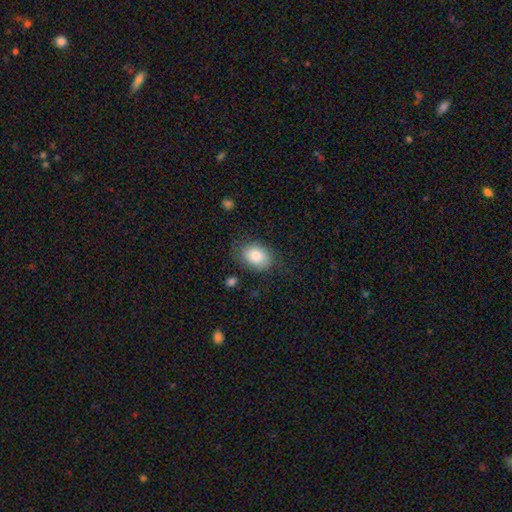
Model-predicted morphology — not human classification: A smooth galaxy with no disk features (82%) that is in between round and cigar-shaped (77%).

Vote fractions:
- Smooth or featured? smooth: 82% / featured or disk: 11% / star or artifact: 7%
- How rounded? in between: 77% / round: 22% / cigar-shaped: 1%
- Merging? none: 69% / minor disturbance: 21% / major disturbance: 9% / merger: 2%